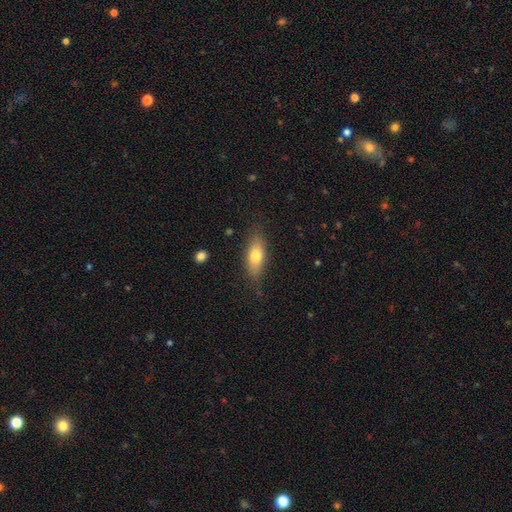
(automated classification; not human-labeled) A smooth galaxy with no disk features (72%) that is in between round and cigar-shaped (73%). Merging: none (79%).